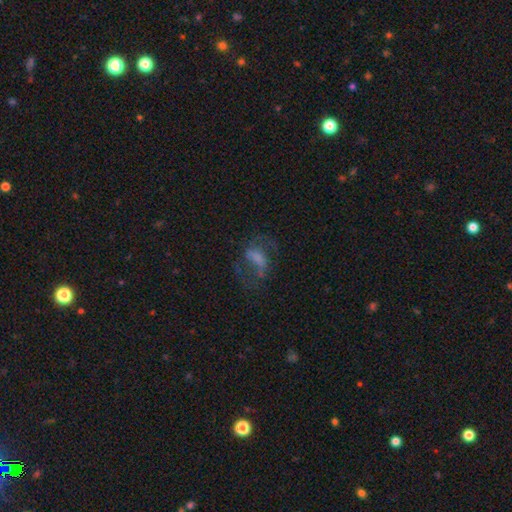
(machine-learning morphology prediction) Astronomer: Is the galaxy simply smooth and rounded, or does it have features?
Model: featured or disk — 51% (runner-up: smooth, 31%).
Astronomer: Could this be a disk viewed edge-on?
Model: no — 94%.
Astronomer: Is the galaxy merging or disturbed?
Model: none — 47% (runner-up: major disturbance, 32%).